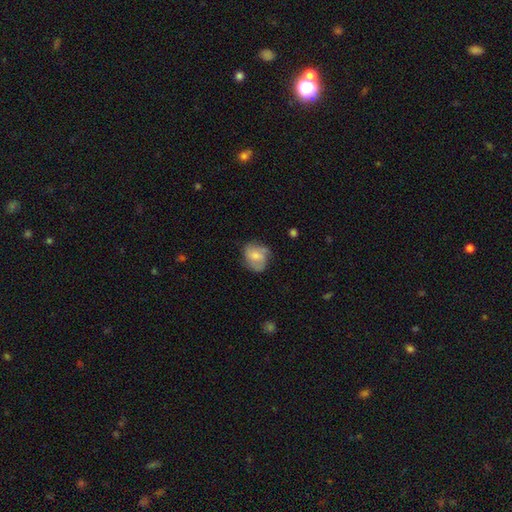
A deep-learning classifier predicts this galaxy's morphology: This is possibly a smooth galaxy (48%). Merging: likely none (61%).